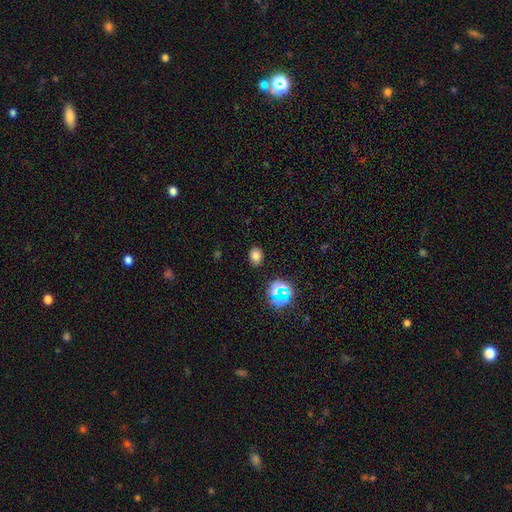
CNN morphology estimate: Smooth or featured: smooth — 73% (star or artifact — 20%)
How rounded: in between — 63% (round — 36%)
Merging: none — 86% (minor disturbance — 10%)